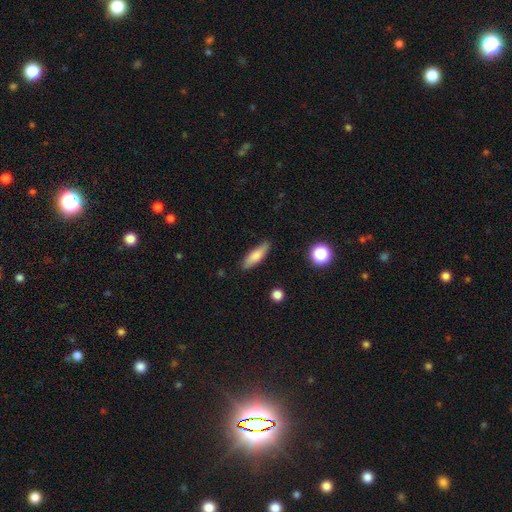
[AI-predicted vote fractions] The model was most divided on "how rounded": cigar-shaped: 58%, in between: 40%, round: 3%. More confident: merging — none (85%); smooth or featured — smooth (75%).